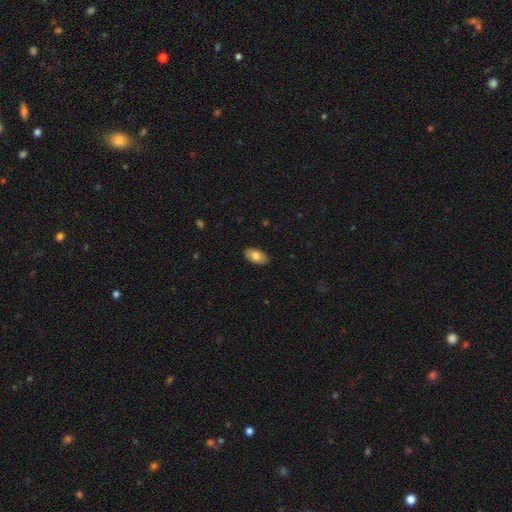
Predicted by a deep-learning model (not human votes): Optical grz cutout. It shows a smooth galaxy with no disk features (78%) that is in between round and cigar-shaped (94%). Merging: none (89%).